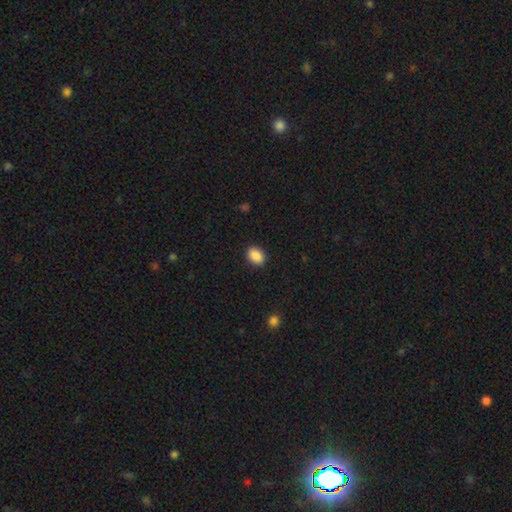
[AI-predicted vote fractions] This is clearly a smooth galaxy (89%). How rounded: likely in between (74%). Merging: clearly none (89%).